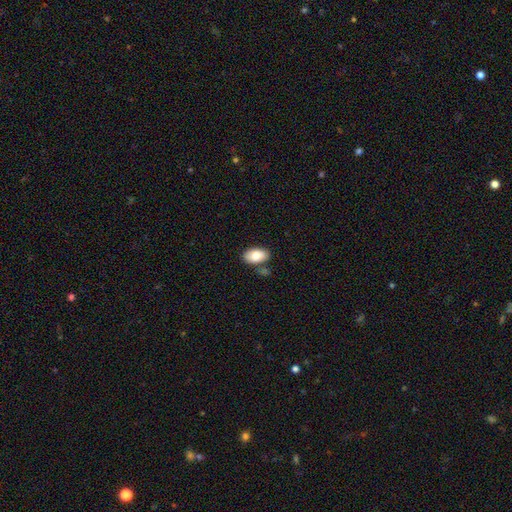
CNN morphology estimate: Smooth or featured: smooth — 82% (featured or disk — 12%)
How rounded: in between — 93% (round — 5%)
Merging: none — 74% (minor disturbance — 13%)